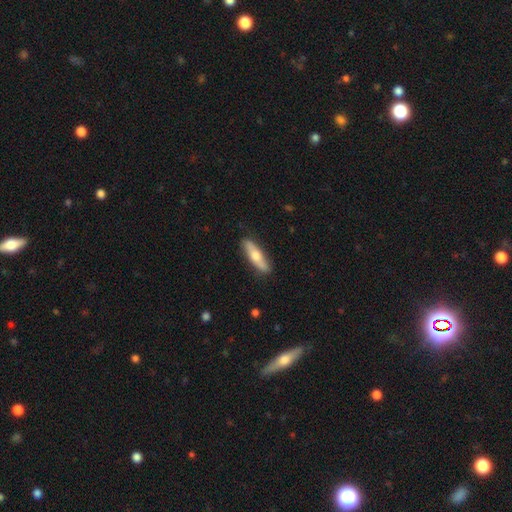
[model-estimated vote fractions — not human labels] Smooth or featured: smooth — 60% (featured or disk — 35%)
How rounded: cigar-shaped — 67% (in between — 30%)
Merging: none — 86% (minor disturbance — 11%)